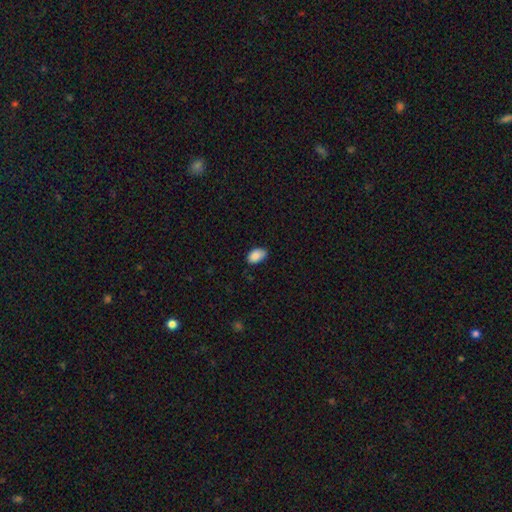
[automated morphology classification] Smooth or featured?
  - smooth: 88% *
  - star or artifact: 7%
  - featured or disk: 5%
How rounded?
  - in between: 91% *
  - round: 8%
  - cigar-shaped: 1%
Merging?
  - none: 67% *
  - minor disturbance: 27%
  - major disturbance: 4%
  - merger: 1%